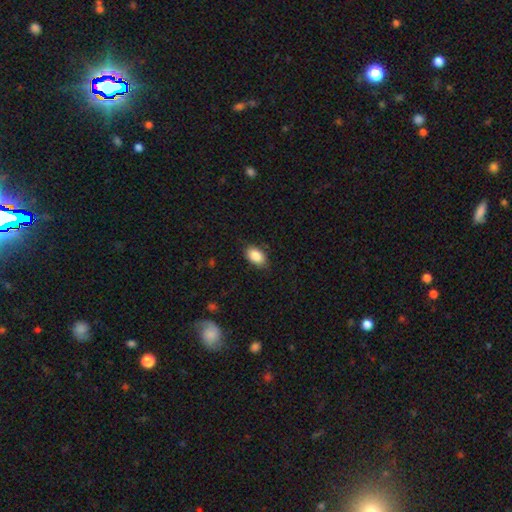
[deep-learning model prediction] This is clearly a smooth galaxy (87%). How rounded: clearly in between (91%). Merging: clearly none (82%).